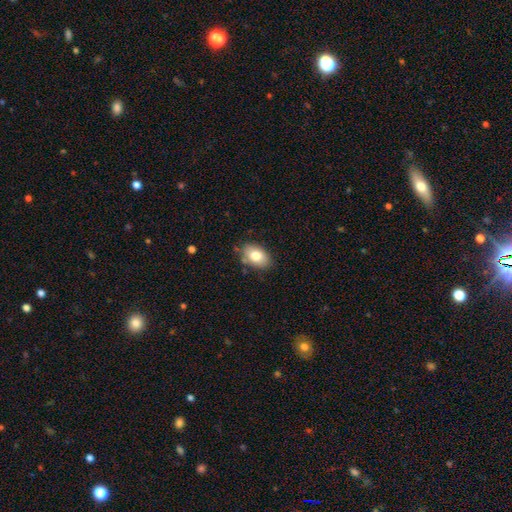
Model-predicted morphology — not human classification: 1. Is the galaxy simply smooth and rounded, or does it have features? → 79% smooth, 13% featured or disk, 8% star or artifact.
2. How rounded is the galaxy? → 87% in between, 12% round, 1% cigar-shaped.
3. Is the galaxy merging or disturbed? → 80% none, 15% minor disturbance, 3% major disturbance, 2% merger.